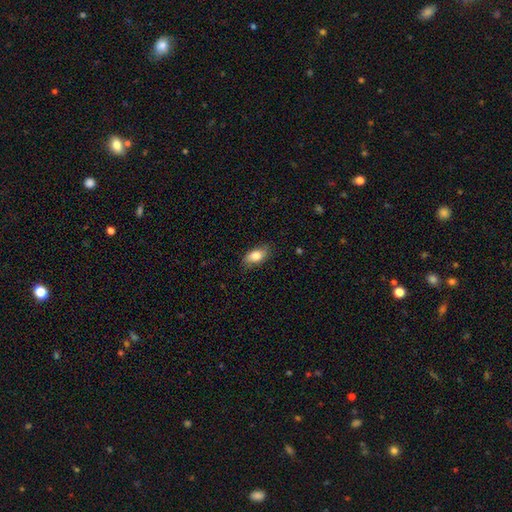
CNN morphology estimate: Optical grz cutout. It shows a smooth galaxy with no disk features (81%) that is in between round and cigar-shaped (89%). Merging: none (80%).